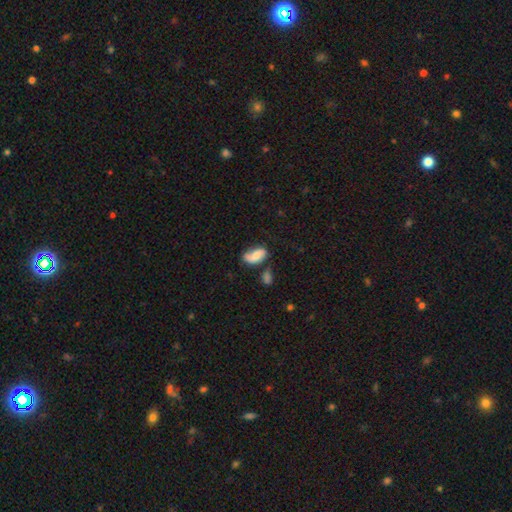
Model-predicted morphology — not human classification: A smooth galaxy with no disk features (55%) that is in between round and cigar-shaped (91%).

Vote fractions:
- Smooth or featured? smooth: 55% / featured or disk: 36% / star or artifact: 8%
- How rounded? in between: 91% / round: 6% / cigar-shaped: 4%
- Merging? none: 49% / minor disturbance: 28% / major disturbance: 12% / merger: 11%